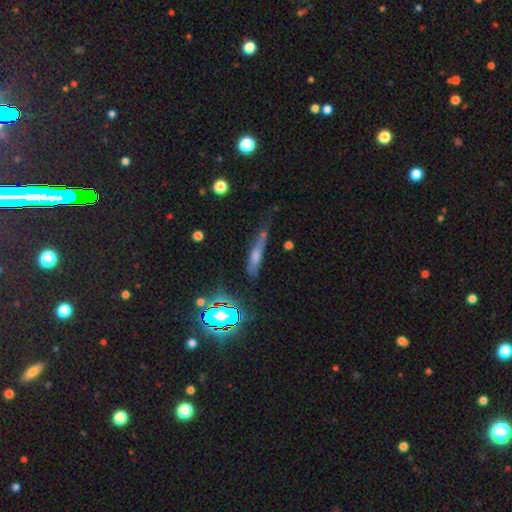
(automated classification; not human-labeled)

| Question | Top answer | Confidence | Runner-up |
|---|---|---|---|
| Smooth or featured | smooth | 42% | featured or disk (38%) |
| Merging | none | 52% | minor disturbance (30%) |